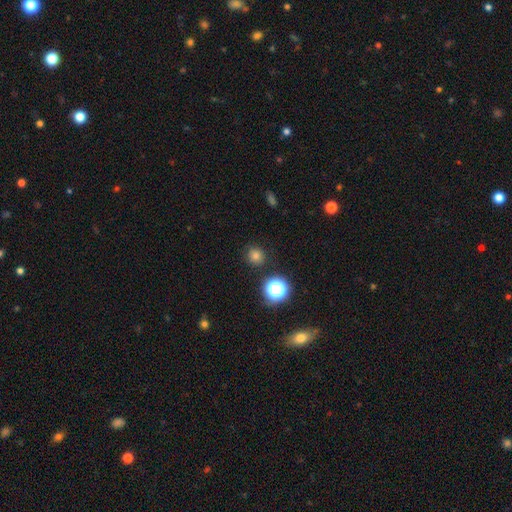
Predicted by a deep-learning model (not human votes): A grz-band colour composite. It shows a smooth galaxy with no disk features (73%) that is round (93%). Merging: none (88%).